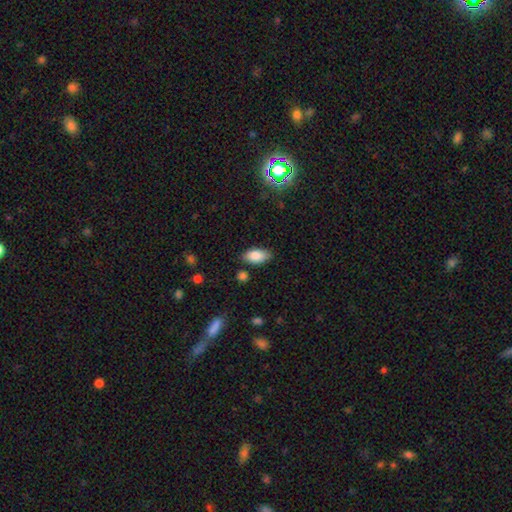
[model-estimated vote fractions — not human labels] Smooth or featured?
  - smooth: 86% *
  - star or artifact: 7%
  - featured or disk: 7%
How rounded?
  - in between: 92% *
  - cigar-shaped: 5%
  - round: 3%
Merging?
  - none: 80% *
  - minor disturbance: 15%
  - major disturbance: 3%
  - merger: 3%